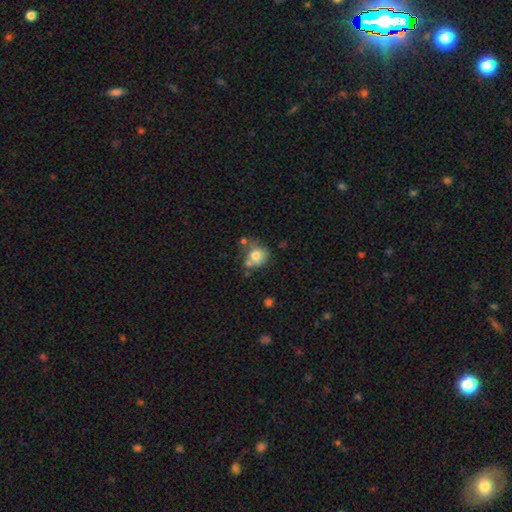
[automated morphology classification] smooth 74%, featured or disk 16%, star or artifact 10%. Down the decision tree: how rounded — round (76%); merging — none (48%).